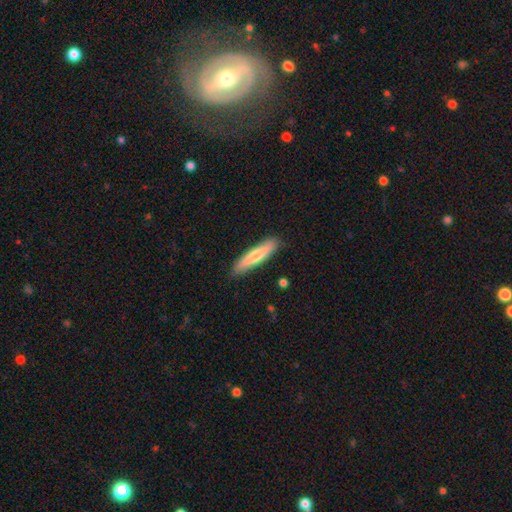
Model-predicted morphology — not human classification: smooth_or_featured: smooth (p=0.68) [alt: featured or disk p=0.26]
how_rounded: cigar-shaped (p=0.86) [alt: in between p=0.13]
merging: none (p=0.87) [alt: minor disturbance p=0.10]